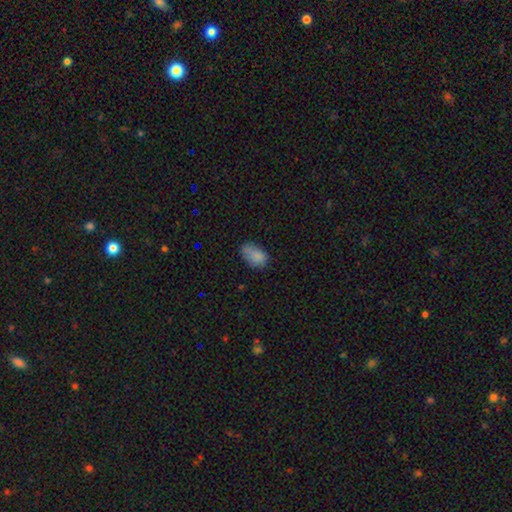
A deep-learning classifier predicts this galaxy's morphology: Q: Smooth or featured?
A: smooth (82%); runner-up: star or artifact (10%)
Q: How rounded?
A: in between (89%); runner-up: round (9%)
Q: Merging?
A: none (61%); runner-up: minor disturbance (28%)